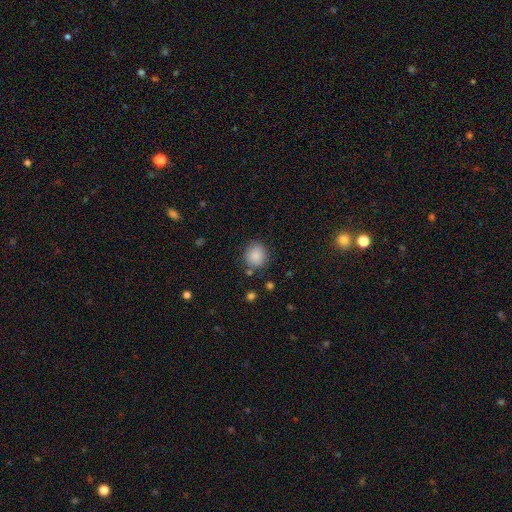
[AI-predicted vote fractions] smooth-or-featured: smooth: 86% | star or artifact: 9% | featured or disk: 5%
  how-rounded: round: 85% | in between: 14% | cigar-shaped: 1%
  merging: none: 82% | minor disturbance: 11% | major disturbance: 3% | merger: 3%